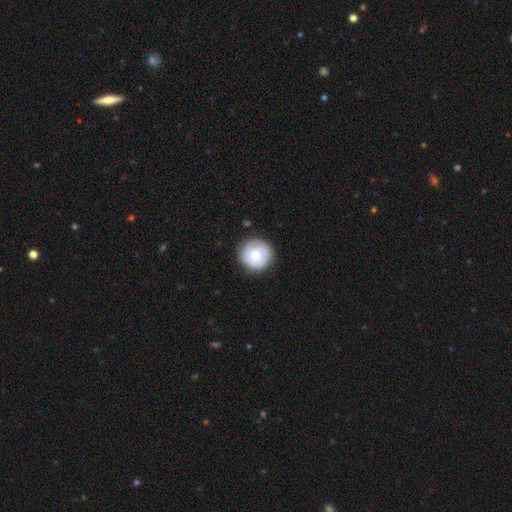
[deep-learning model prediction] smooth_or_featured: smooth (p=0.59) [alt: featured or disk p=0.35]
how_rounded: round (p=0.95) [alt: in between p=0.04]
merging: none (p=0.84) [alt: minor disturbance p=0.12]